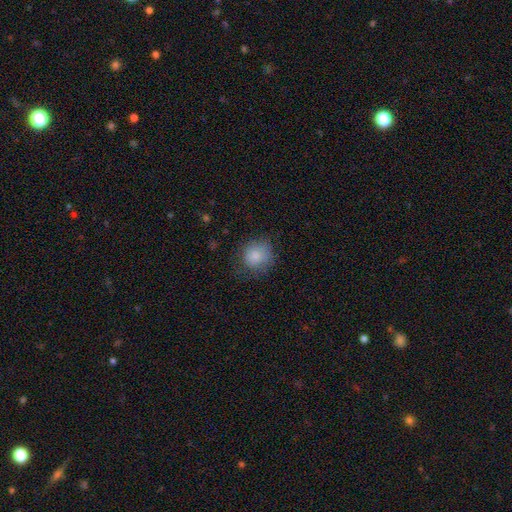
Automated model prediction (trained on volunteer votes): A smooth galaxy with no disk features (83%) that is round (85%). Merging: none (70%).